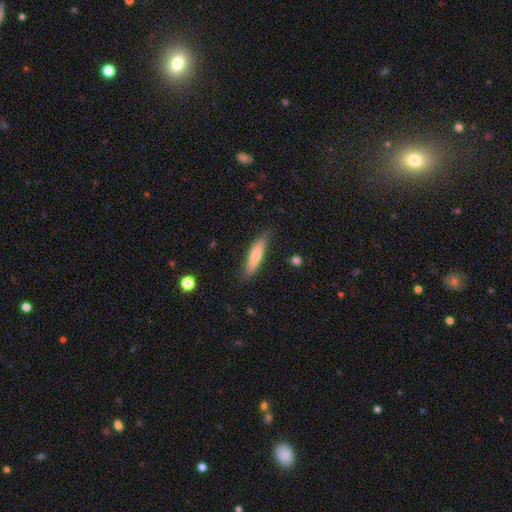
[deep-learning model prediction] smooth-or-featured: smooth: 73% | featured or disk: 21% | star or artifact: 6%
  how-rounded: cigar-shaped: 75% | in between: 23% | round: 2%
  merging: none: 81% | minor disturbance: 14% | major disturbance: 3% | merger: 1%